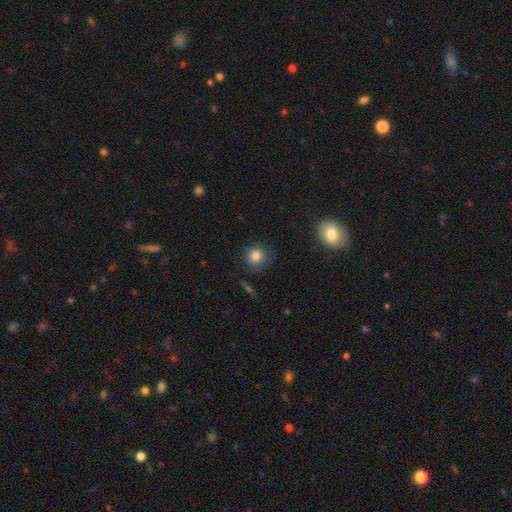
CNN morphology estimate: This is clearly a smooth galaxy (81%). How rounded: clearly round (91%). Merging: clearly none (83%).